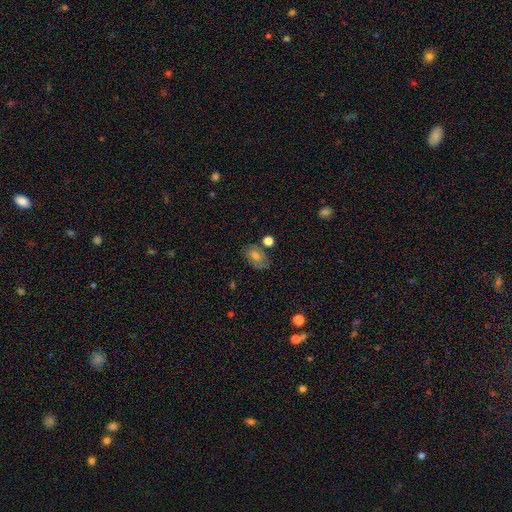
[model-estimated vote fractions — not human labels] A smooth galaxy with no disk features (48%). Merging: none (68%).